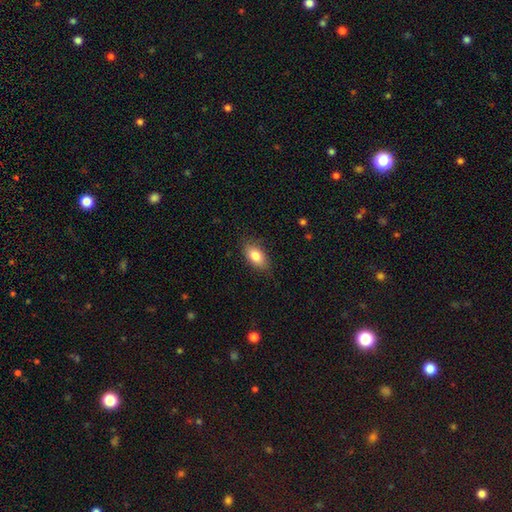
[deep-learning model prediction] A smooth galaxy with no disk features (83%) that is in between round and cigar-shaped (89%).

Vote fractions:
- Smooth or featured? smooth: 83% / featured or disk: 10% / star or artifact: 7%
- How rounded? in between: 89% / round: 6% / cigar-shaped: 5%
- Merging? none: 82% / minor disturbance: 14% / major disturbance: 3% / merger: 1%